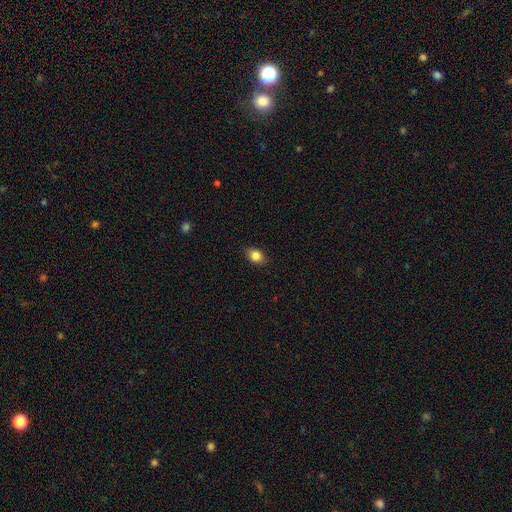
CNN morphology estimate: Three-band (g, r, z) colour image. It shows a smooth galaxy with no disk features (84%) that is in between round and cigar-shaped (60%). Merging: none (84%).